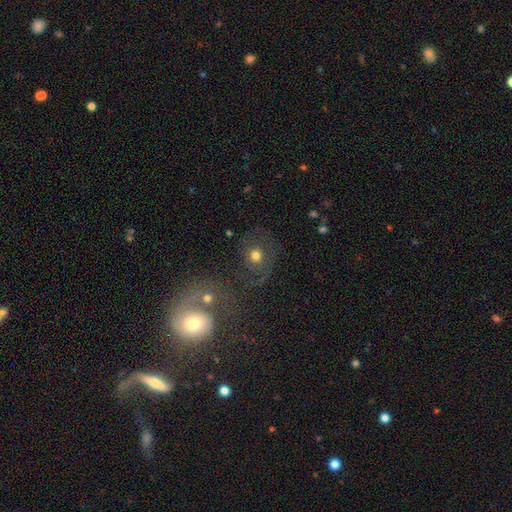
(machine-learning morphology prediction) A smooth galaxy with no disk features (48%). Merging: none (63%).